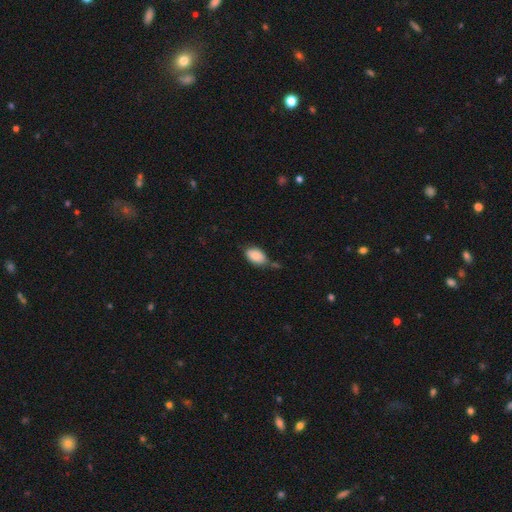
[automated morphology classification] Smooth or featured? smooth (87%)
How rounded? in between (91%)
Merging? none (59%)